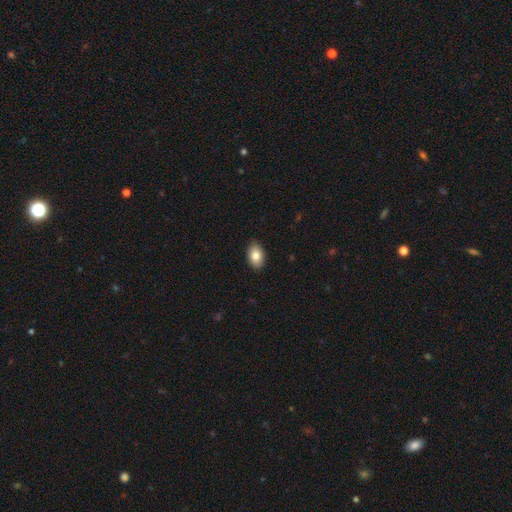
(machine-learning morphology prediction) This is clearly a smooth galaxy (84%). How rounded: clearly in between (89%). Merging: clearly none (89%).